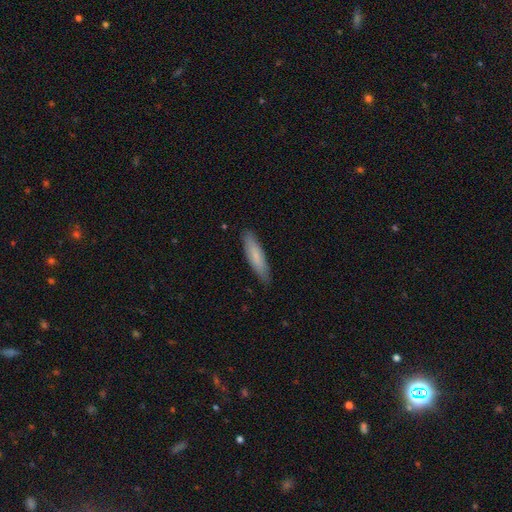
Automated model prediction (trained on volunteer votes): Smooth or featured?
  - smooth: 78% *
  - featured or disk: 16%
  - star or artifact: 6%
How rounded?
  - cigar-shaped: 77% *
  - in between: 22%
  - round: 1%
Merging?
  - none: 87% *
  - minor disturbance: 10%
  - major disturbance: 2%
  - merger: 1%